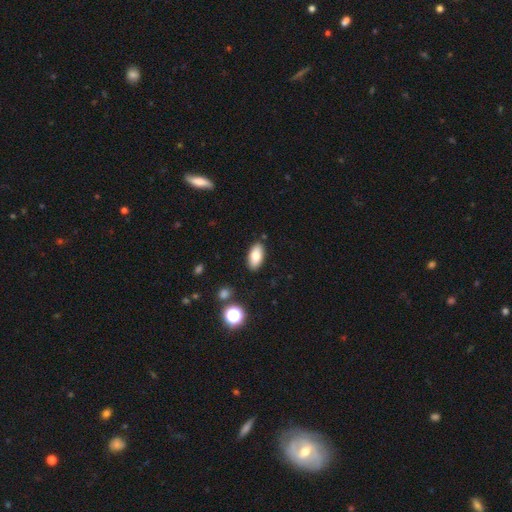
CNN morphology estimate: Smooth or featured? Predicted: smooth (p=0.77). How rounded? Predicted: in between (p=0.91). Merging? Predicted: none (p=0.88).